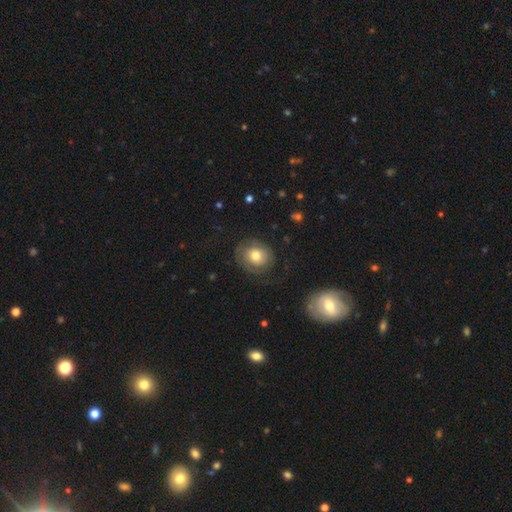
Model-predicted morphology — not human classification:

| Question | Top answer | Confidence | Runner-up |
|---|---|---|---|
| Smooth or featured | smooth | 53% | featured or disk (38%) |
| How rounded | round | 69% | in between (30%) |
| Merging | none | 72% | minor disturbance (16%) |